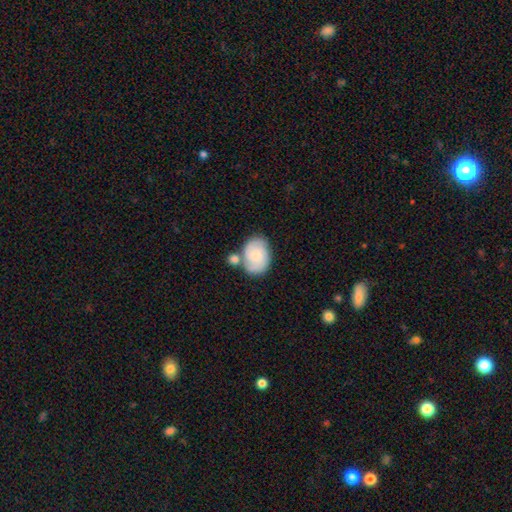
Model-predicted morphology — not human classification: Smooth or featured?
  - smooth: 54% *
  - featured or disk: 39%
  - star or artifact: 7%
How rounded?
  - in between: 71% *
  - round: 28%
  - cigar-shaped: 1%
Merging?
  - none: 50% *
  - merger: 25%
  - minor disturbance: 19%
  - major disturbance: 6%